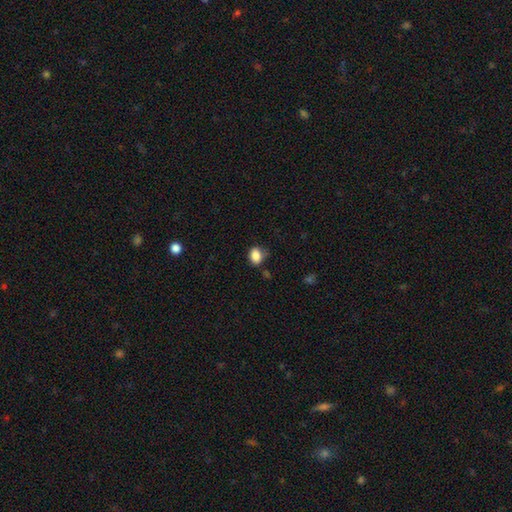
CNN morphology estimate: Smooth or featured? smooth (85%)
How rounded? in between (63%)
Merging? none (66%)